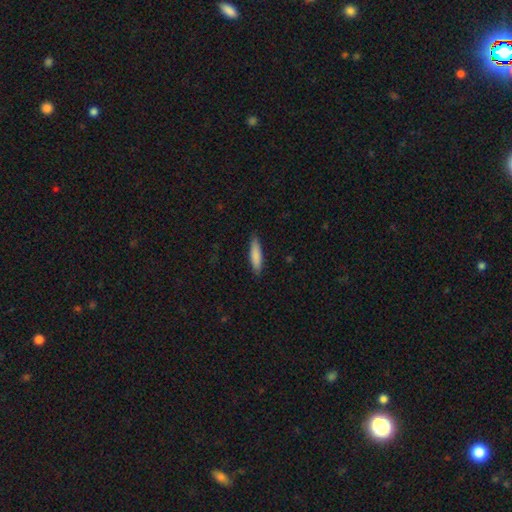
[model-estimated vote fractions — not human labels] A smooth galaxy with no disk features (85%) that is cigar-shaped (74%).

Vote fractions:
- Smooth or featured? smooth: 85% / featured or disk: 10% / star or artifact: 5%
- How rounded? cigar-shaped: 74% / in between: 25% / round: 1%
- Merging? none: 86% / minor disturbance: 11% / major disturbance: 2% / merger: 1%